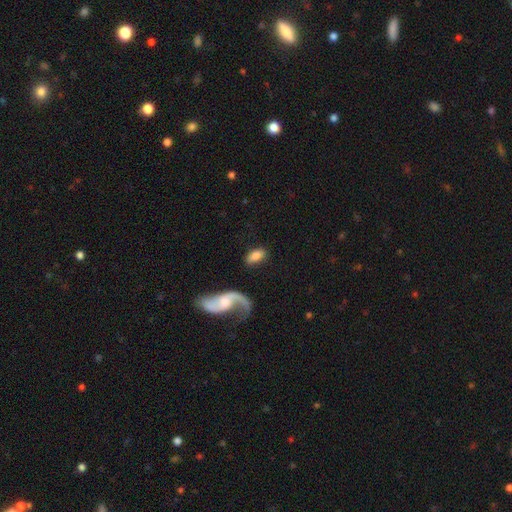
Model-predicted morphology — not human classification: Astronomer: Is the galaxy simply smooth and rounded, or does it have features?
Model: smooth — 73%.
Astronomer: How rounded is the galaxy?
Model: in between — 91%.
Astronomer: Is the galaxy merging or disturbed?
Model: none — 72%.